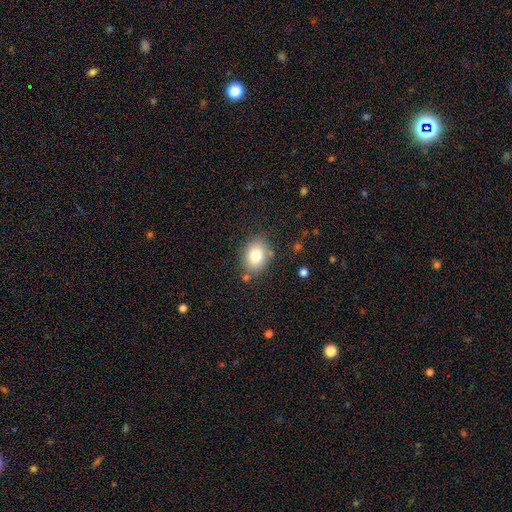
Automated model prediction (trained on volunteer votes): Q: Smooth or featured?
A: smooth (79%); runner-up: featured or disk (11%)
Q: How rounded?
A: in between (60%); runner-up: round (39%)
Q: Merging?
A: none (80%); runner-up: minor disturbance (13%)